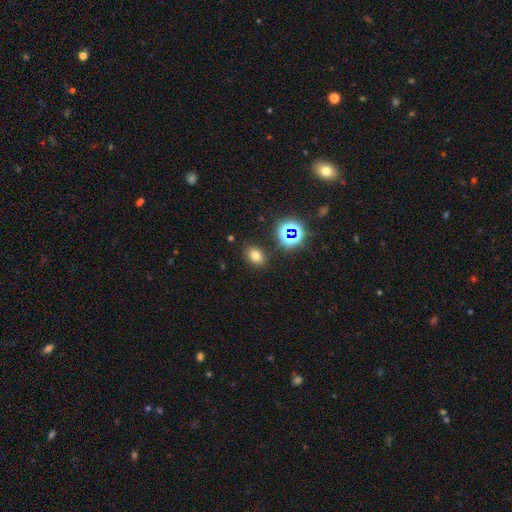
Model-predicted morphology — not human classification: Smooth or featured?
  - smooth: 70% *
  - star or artifact: 20%
  - featured or disk: 9%
How rounded?
  - in between: 70% *
  - round: 29%
  - cigar-shaped: 1%
Merging?
  - none: 85% *
  - minor disturbance: 9%
  - major disturbance: 3%
  - merger: 3%